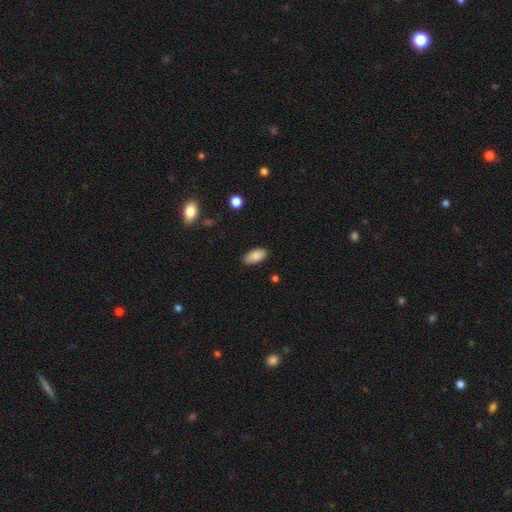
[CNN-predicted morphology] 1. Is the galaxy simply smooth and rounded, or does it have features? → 87% smooth, 7% star or artifact, 6% featured or disk.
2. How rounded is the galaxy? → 93% in between, 5% cigar-shaped, 2% round.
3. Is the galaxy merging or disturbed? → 84% none, 13% minor disturbance, 2% major disturbance, 1% merger.